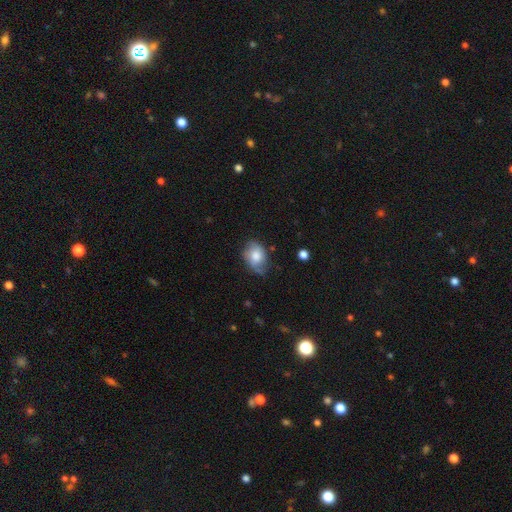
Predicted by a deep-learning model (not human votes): smooth-or-featured: smooth: 68% | featured or disk: 25% | star or artifact: 7%
  how-rounded: in between: 74% | round: 25% | cigar-shaped: 1%
  merging: none: 56% | minor disturbance: 33% | major disturbance: 9% | merger: 2%